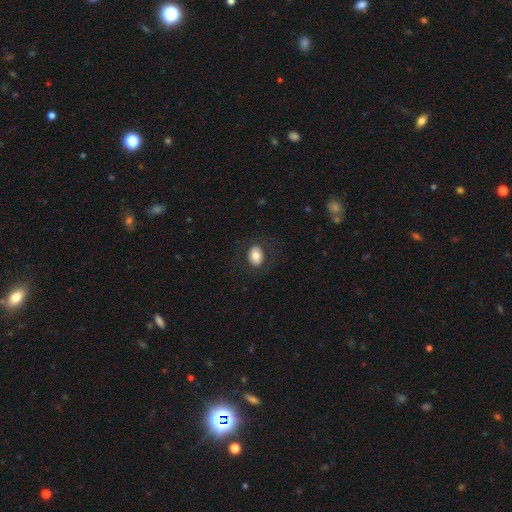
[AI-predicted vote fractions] A smooth galaxy with no disk features (76%) that is in between round and cigar-shaped (61%).

Vote fractions:
- Smooth or featured? smooth: 76% / featured or disk: 16% / star or artifact: 8%
- How rounded? in between: 61% / round: 38% / cigar-shaped: 1%
- Merging? none: 84% / minor disturbance: 9% / major disturbance: 6% / merger: 1%